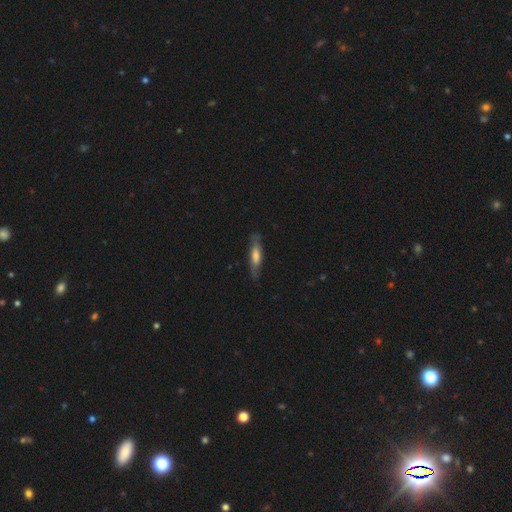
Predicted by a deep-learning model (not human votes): smooth_or_featured: smooth (p=0.47) [alt: featured or disk p=0.46]
merging: none (p=0.75) [alt: minor disturbance p=0.18]